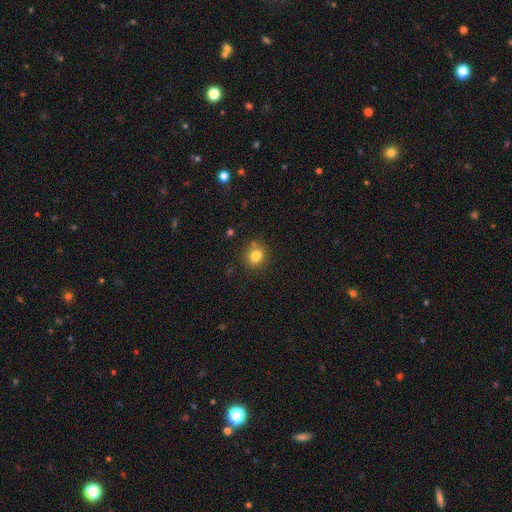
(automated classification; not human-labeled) This appears to be a smooth galaxy with no disk features (81%) that is round (80%). Merging: none (77%).